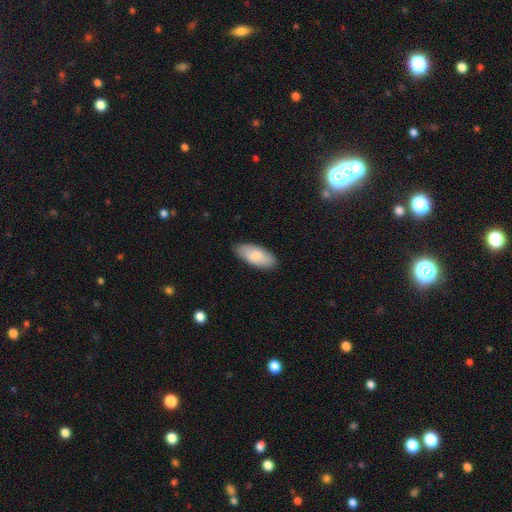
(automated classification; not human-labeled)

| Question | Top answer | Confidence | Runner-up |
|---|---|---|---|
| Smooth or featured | smooth | 83% | featured or disk (12%) |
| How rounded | in between | 86% | cigar-shaped (12%) |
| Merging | none | 86% | minor disturbance (11%) |